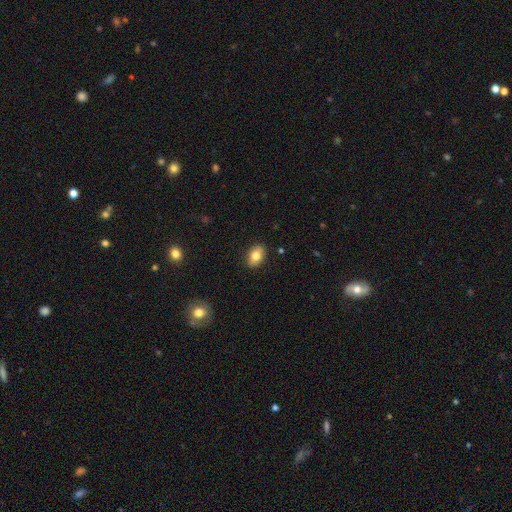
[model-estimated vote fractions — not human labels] Morphology: type=smooth (79%); roundness=in between (81%); merging=none (87%).